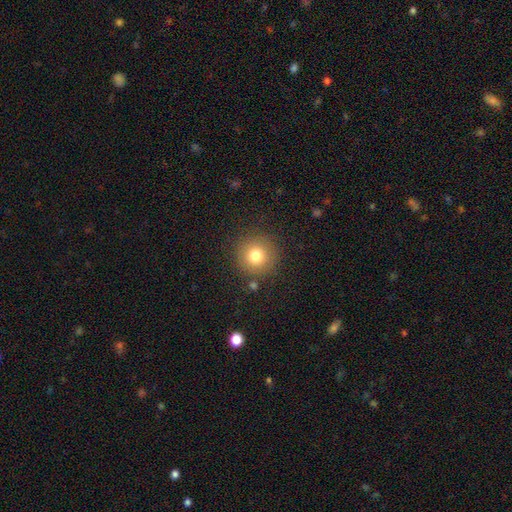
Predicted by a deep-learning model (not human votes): A smooth galaxy with no disk features (78%) that is round (95%). Merging: none (86%).